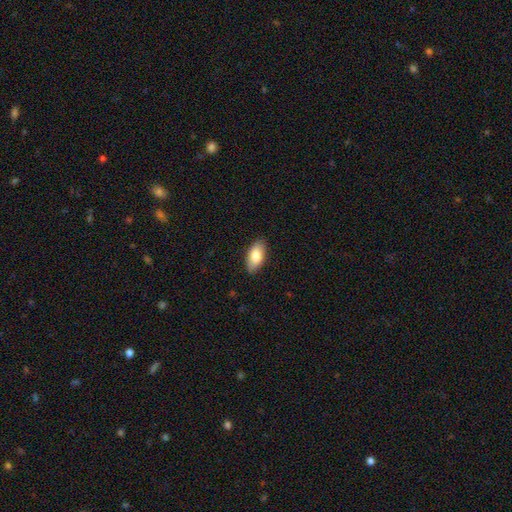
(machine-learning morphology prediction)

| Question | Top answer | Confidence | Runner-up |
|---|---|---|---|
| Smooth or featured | smooth | 82% | featured or disk (12%) |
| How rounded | in between | 92% | cigar-shaped (5%) |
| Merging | none | 87% | minor disturbance (10%) |